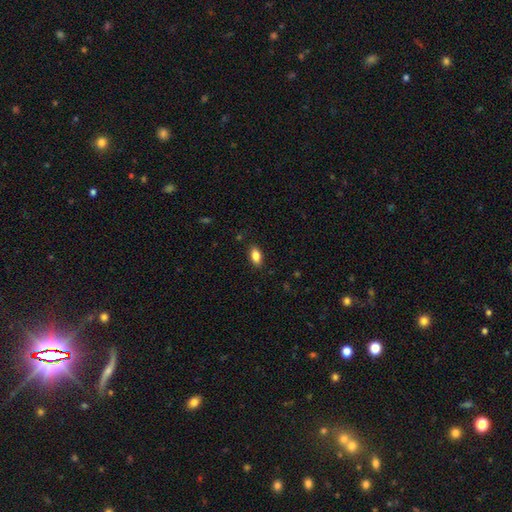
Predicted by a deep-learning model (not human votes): smooth-or-featured: smooth: 84% | star or artifact: 8% | featured or disk: 7%
  how-rounded: in between: 90% | round: 5% | cigar-shaped: 5%
  merging: none: 88% | minor disturbance: 9% | major disturbance: 2% | merger: 1%